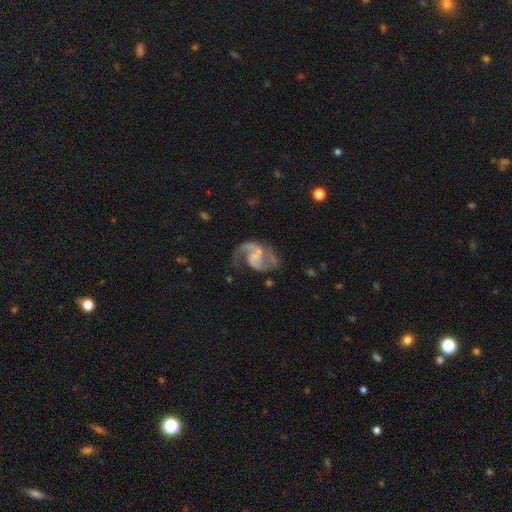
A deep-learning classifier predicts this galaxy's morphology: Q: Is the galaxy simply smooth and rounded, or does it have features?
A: featured or disk — 88%.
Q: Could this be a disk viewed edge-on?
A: no — 98%.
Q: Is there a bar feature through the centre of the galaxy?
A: no — 45%.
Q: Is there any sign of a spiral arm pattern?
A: yes — 95%.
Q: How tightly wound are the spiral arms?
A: medium — 50%.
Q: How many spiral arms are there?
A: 2 — 79%.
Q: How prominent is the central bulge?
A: small — 46%.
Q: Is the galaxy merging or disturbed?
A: none — 51%.